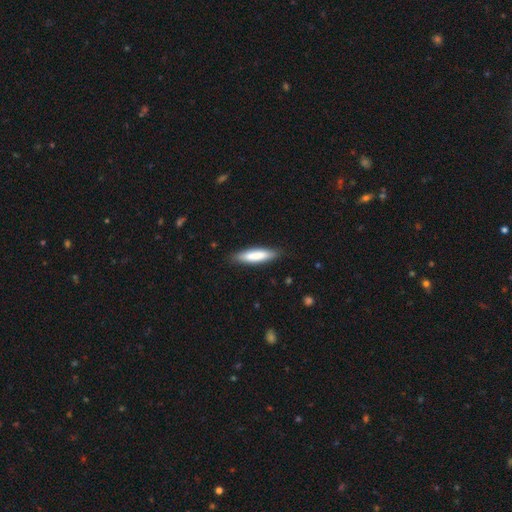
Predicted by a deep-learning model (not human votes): This is clearly a smooth galaxy (82%). How rounded: likely cigar-shaped (72%). Merging: clearly none (86%).